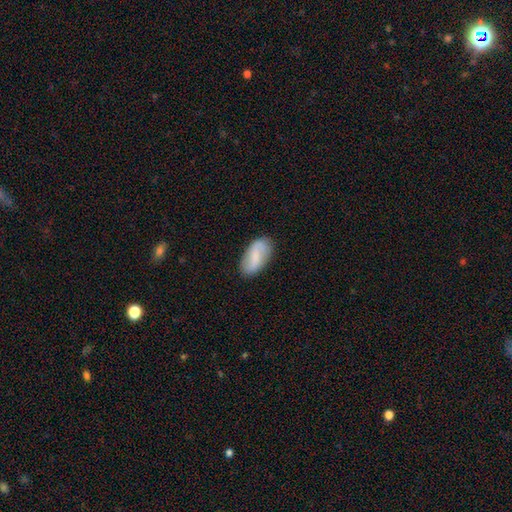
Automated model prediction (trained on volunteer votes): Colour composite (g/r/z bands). It shows a smooth galaxy with no disk features (62%) that is in between round and cigar-shaped (92%). Merging: none (82%).